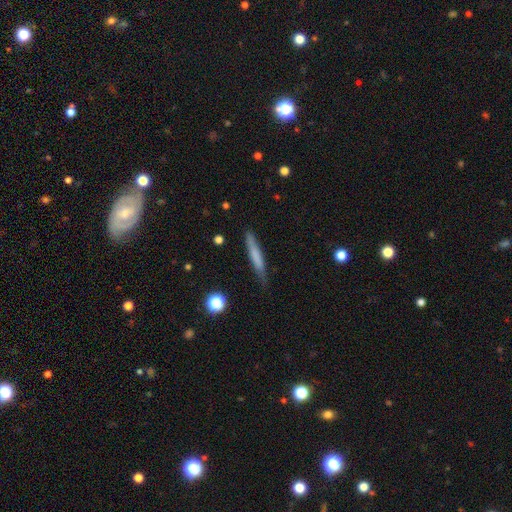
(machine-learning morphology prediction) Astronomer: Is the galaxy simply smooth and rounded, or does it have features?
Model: smooth — 66%.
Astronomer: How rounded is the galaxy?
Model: cigar-shaped — 94%.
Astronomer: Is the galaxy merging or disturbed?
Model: none — 80%.